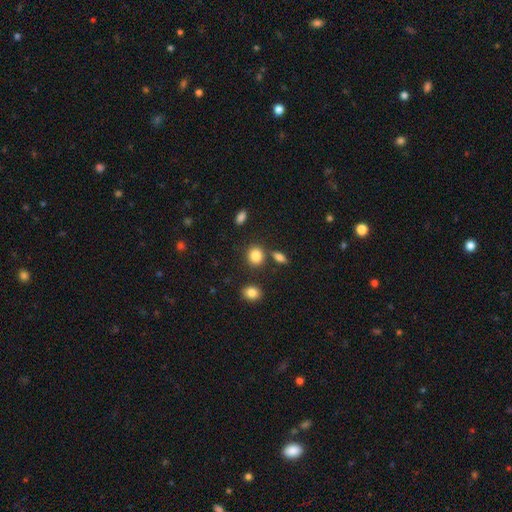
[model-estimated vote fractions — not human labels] smooth-or-featured: smooth: 85% | star or artifact: 10% | featured or disk: 5%
  how-rounded: round: 78% | in between: 21% | cigar-shaped: 1%
  merging: none: 79% | minor disturbance: 9% | merger: 9% | major disturbance: 3%